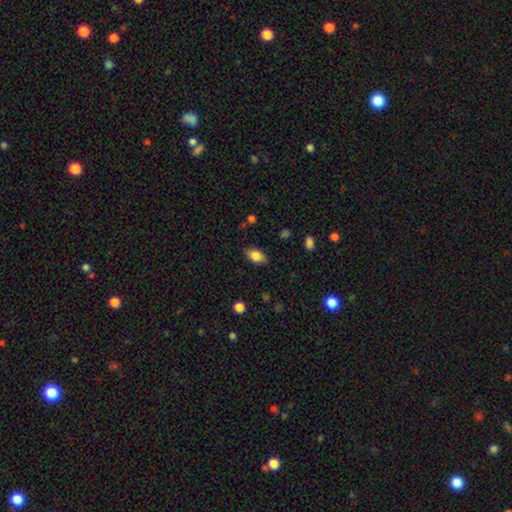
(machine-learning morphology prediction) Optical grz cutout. It shows a smooth galaxy with no disk features (82%) that is in between round and cigar-shaped (89%). Merging: none (84%).